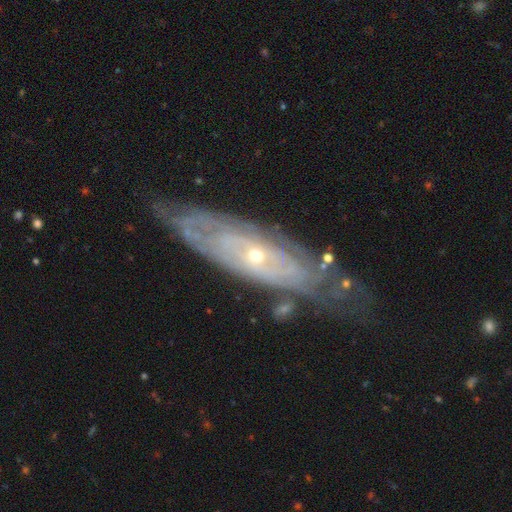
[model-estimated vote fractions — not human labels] Overall: featured or disk (82%). Edge-on disk: no (80%). Bar: no (78%). Spiral arms: yes (82%). Spiral arm count: can't tell (66%). Spiral winding: tight (76%). Bulge size: small (72%). Merging: none (69%).